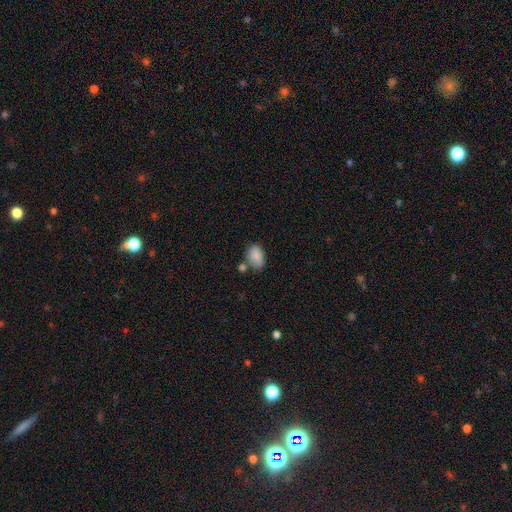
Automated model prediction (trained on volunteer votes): smooth-or-featured: smooth: 86% | star or artifact: 8% | featured or disk: 6%
  how-rounded: in between: 87% | round: 11% | cigar-shaped: 1%
  merging: none: 58% | minor disturbance: 21% | merger: 15% | major disturbance: 6%